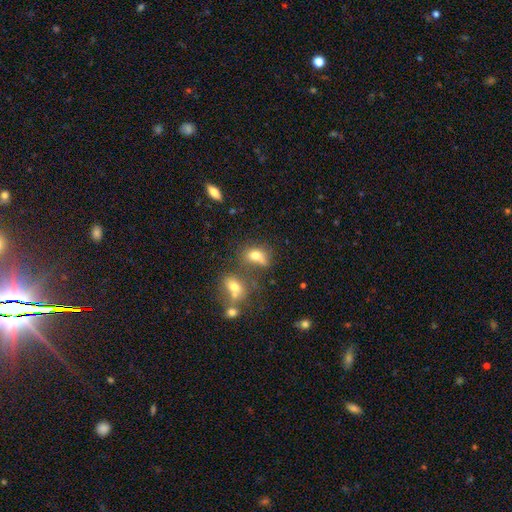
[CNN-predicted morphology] Overall: smooth (71%). How rounded: in between (65%; round 31%). Merging: none (42%; merger 29%).